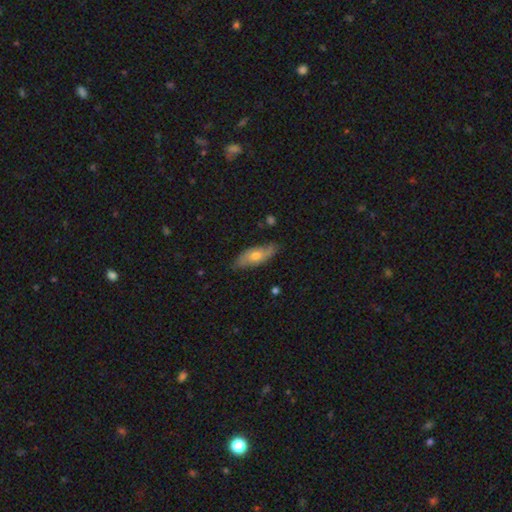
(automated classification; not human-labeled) Smooth or featured? Predicted: smooth (p=0.53). How rounded? Predicted: in between (p=0.75). Merging? Predicted: none (p=0.77).